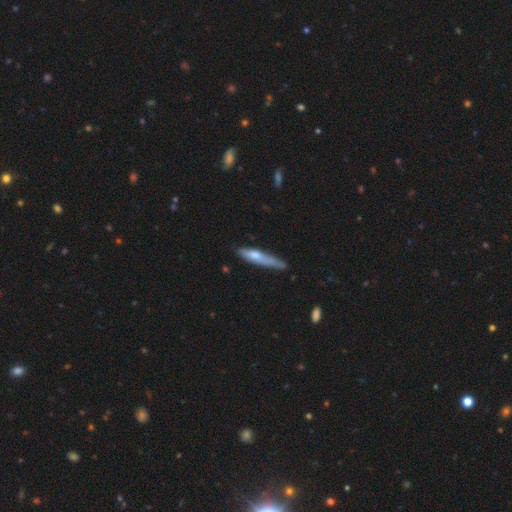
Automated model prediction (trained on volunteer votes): This is possibly a smooth galaxy (58%). How rounded: clearly cigar-shaped (89%). Merging: possibly none (56%).